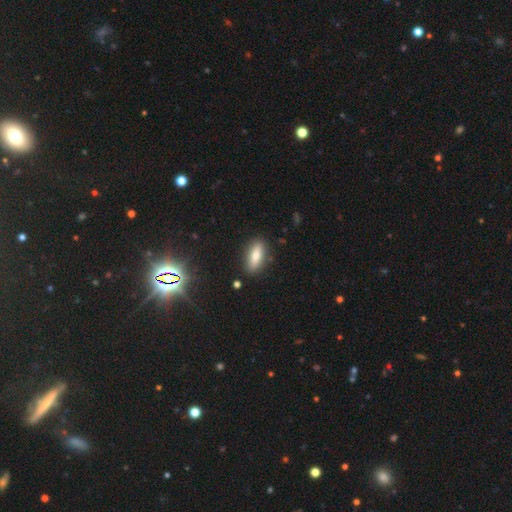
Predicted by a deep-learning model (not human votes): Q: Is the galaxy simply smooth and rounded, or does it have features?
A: smooth — 78%.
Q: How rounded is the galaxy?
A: in between — 73%.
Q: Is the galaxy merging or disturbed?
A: none — 86%.